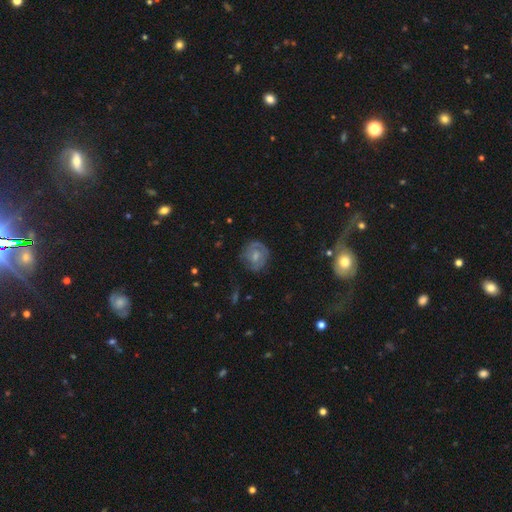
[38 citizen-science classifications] This appears to be a featured or disk galaxy (58%) with no bar (48%), 2 (76%) medium (41%) spiral arms (81%) and a moderate central bulge (48%). Merging: none (77%).